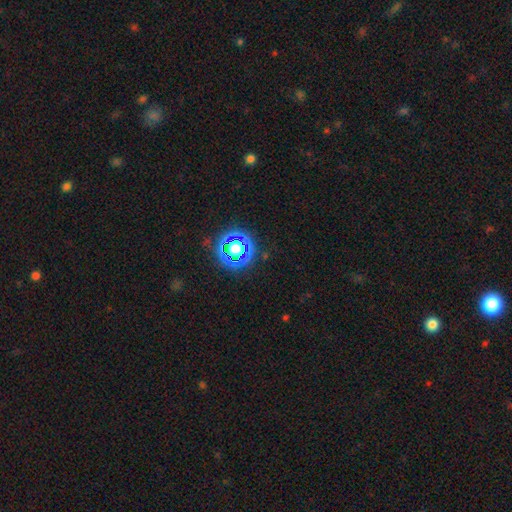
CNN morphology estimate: Smooth or featured: star or artifact — 72% (smooth — 21%)